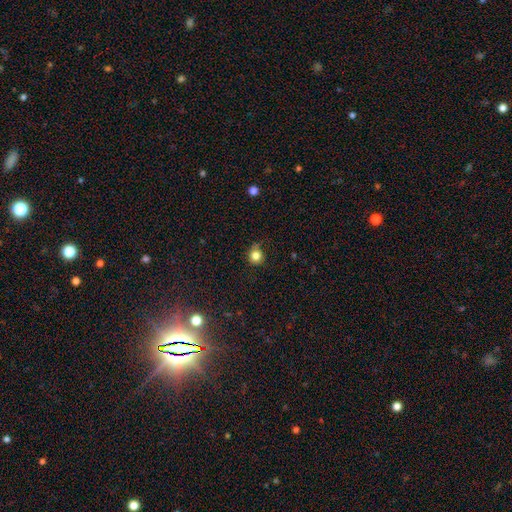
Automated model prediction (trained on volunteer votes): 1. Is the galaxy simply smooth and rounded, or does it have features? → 81% smooth, 12% star or artifact, 6% featured or disk.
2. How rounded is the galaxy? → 89% round, 10% in between, 1% cigar-shaped.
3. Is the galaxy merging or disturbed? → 68% none, 23% minor disturbance, 7% major disturbance, 2% merger.